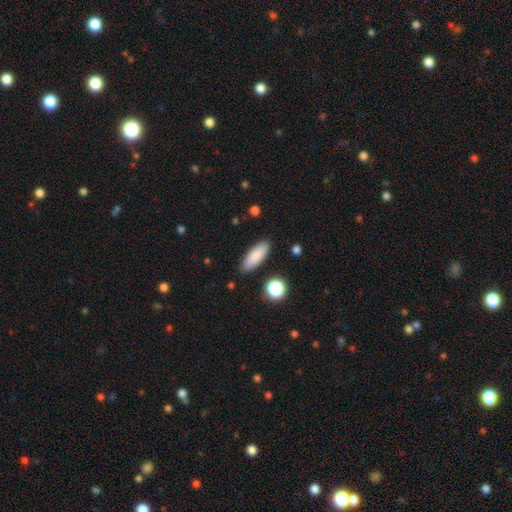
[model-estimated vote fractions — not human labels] A smooth galaxy with no disk features (85%) that is in between round and cigar-shaped (62%).

Vote fractions:
- Smooth or featured? smooth: 85% / featured or disk: 8% / star or artifact: 7%
- How rounded? in between: 62% / cigar-shaped: 36% / round: 2%
- Merging? none: 87% / minor disturbance: 9% / major disturbance: 2% / merger: 2%